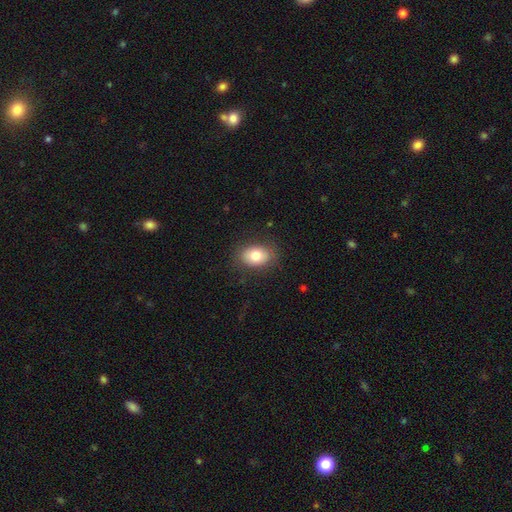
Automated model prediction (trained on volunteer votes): smooth_or_featured: smooth (p=0.79) [alt: featured or disk p=0.13]
how_rounded: in between (p=0.77) [alt: round p=0.22]
merging: none (p=0.83) [alt: minor disturbance p=0.12]